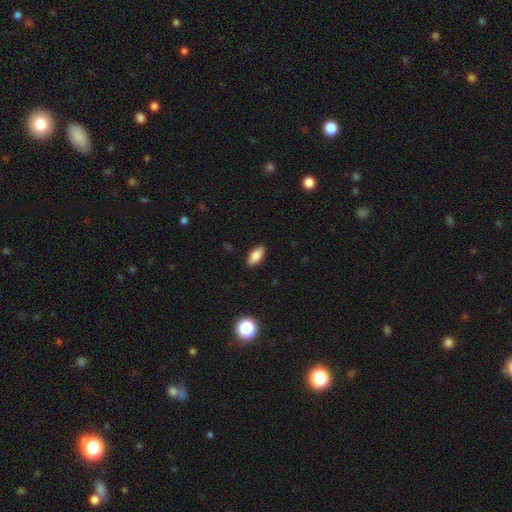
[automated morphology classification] A smooth galaxy with no disk features (85%) that is in between round and cigar-shaped (86%). Merging: none (88%).